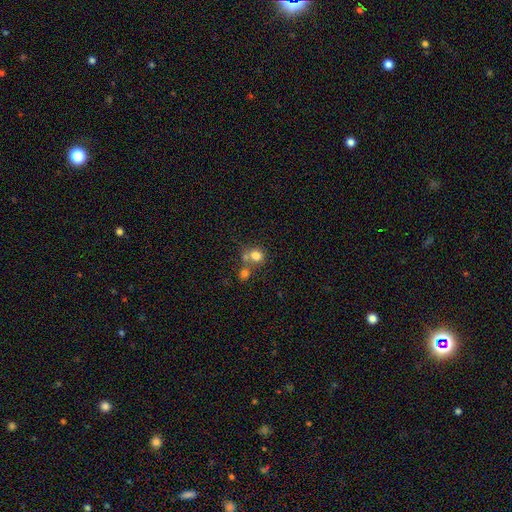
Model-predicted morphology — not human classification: Overall: smooth (78%). How rounded: round (76%). Merging: none (46%; merger 39%).